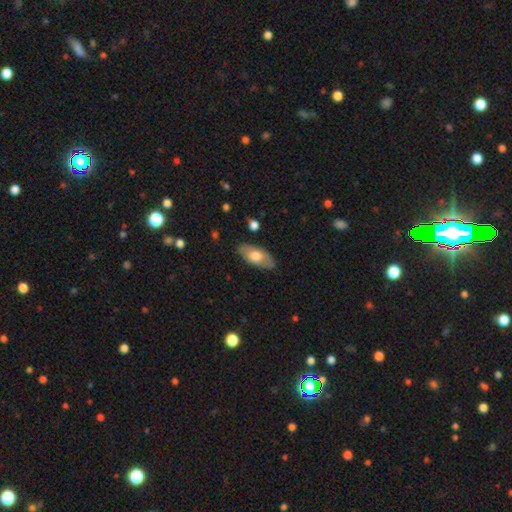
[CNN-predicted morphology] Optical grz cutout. It shows a smooth galaxy with no disk features (61%) that is in between round and cigar-shaped (92%). Merging: none (82%).